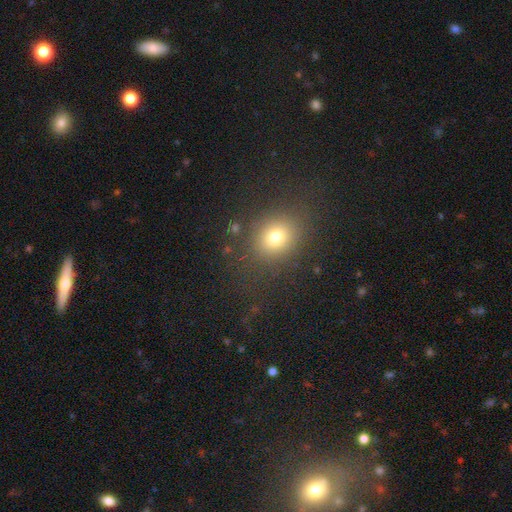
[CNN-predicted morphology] Q: Smooth or featured?
A: smooth (67%); runner-up: star or artifact (25%)
Q: How rounded?
A: round (63%); runner-up: in between (35%)
Q: Merging?
A: none (85%); runner-up: minor disturbance (9%)